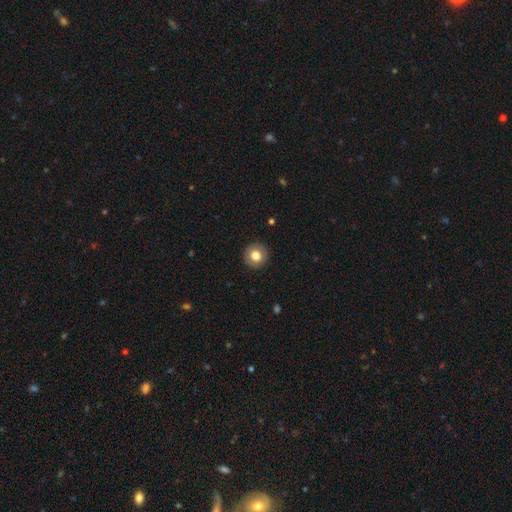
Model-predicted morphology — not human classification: Smooth or featured? smooth (78%)
How rounded? round (93%)
Merging? none (91%)